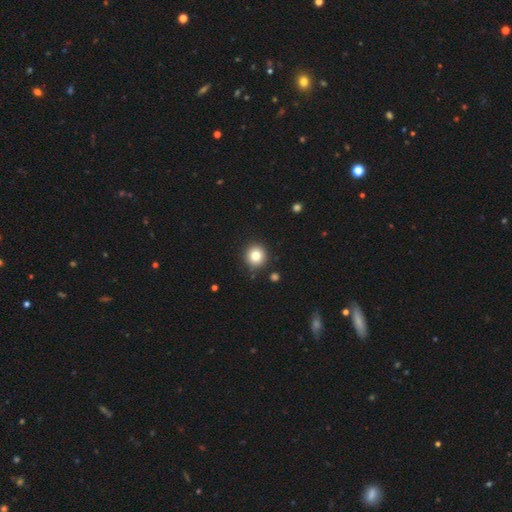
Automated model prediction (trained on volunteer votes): The model was most divided on "smooth or featured": smooth: 80%, star or artifact: 11%, featured or disk: 8%. More confident: how rounded — round (93%); merging — none (90%).